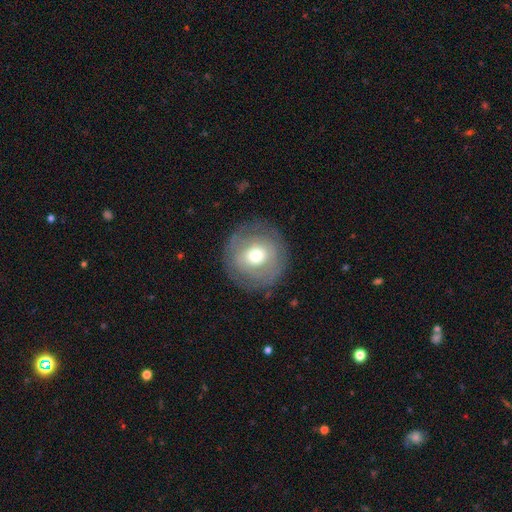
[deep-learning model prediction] Smooth or featured: smooth — 53% (featured or disk — 38%)
How rounded: round — 93% (in between — 6%)
Merging: none — 82% (minor disturbance — 11%)